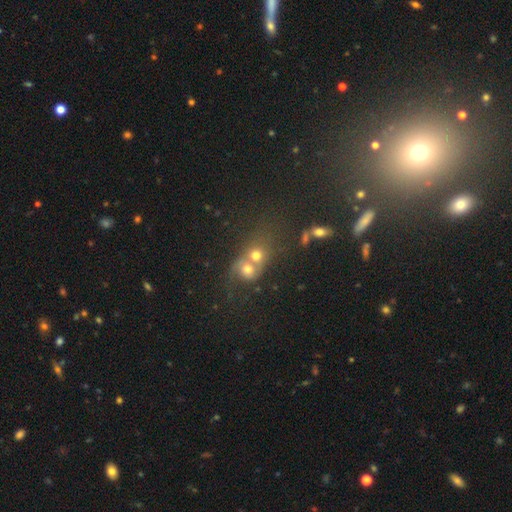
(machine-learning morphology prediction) Smooth or featured? smooth (50%)
Merging? merger (60%)